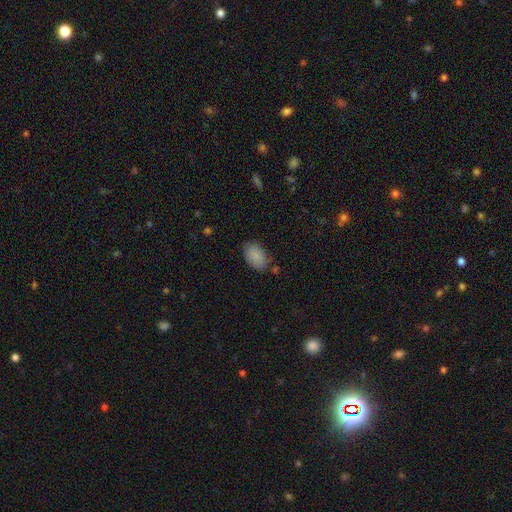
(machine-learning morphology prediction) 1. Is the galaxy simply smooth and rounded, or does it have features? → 88% smooth, 7% star or artifact, 5% featured or disk.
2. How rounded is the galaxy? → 89% in between, 10% round, 1% cigar-shaped.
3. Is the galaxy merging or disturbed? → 75% none, 18% minor disturbance, 4% major disturbance, 3% merger.